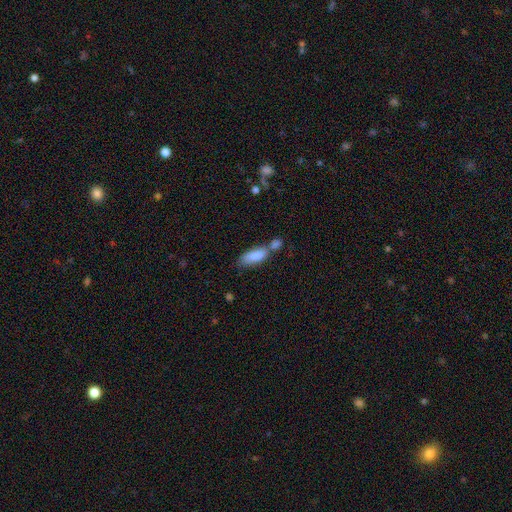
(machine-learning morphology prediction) Smooth or featured? smooth (84%)
How rounded? in between (71%)
Merging? merger (43%)